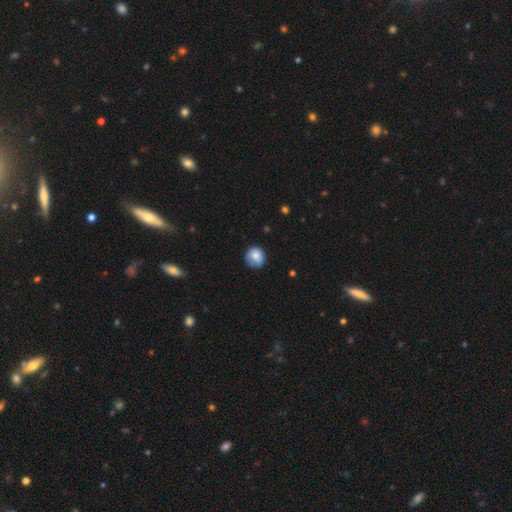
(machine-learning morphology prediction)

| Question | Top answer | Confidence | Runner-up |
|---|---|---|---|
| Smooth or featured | smooth | 79% | featured or disk (13%) |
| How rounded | round | 86% | in between (13%) |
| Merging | none | 67% | minor disturbance (25%) |